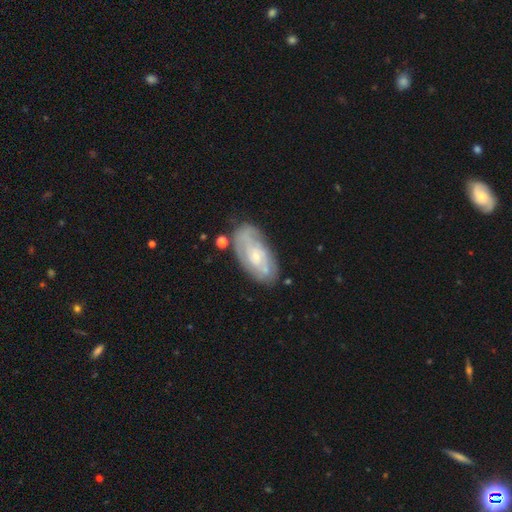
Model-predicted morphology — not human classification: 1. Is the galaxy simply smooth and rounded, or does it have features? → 64% featured or disk, 29% smooth, 7% star or artifact.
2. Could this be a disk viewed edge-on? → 92% no, 8% yes.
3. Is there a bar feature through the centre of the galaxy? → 72% no, 24% weak, 5% strong.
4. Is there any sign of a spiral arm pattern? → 71% yes, 29% no.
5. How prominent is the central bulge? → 66% small, 28% moderate, 4% none, 2% large, 1% dominant.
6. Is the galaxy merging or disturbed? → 64% none, 22% minor disturbance, 7% major disturbance, 6% merger.